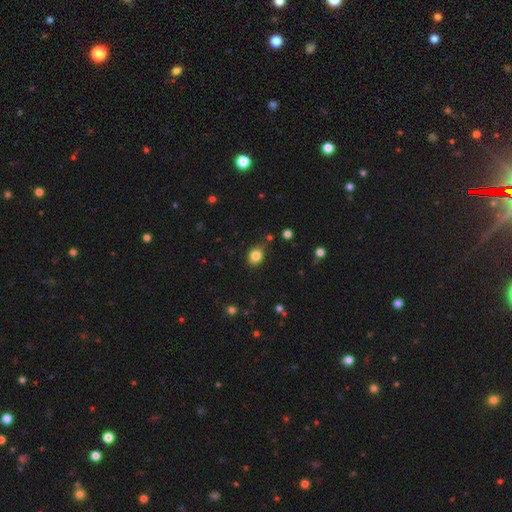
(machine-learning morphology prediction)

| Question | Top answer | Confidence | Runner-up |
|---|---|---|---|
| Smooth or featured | smooth | 82% | star or artifact (11%) |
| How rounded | round | 52% | in between (47%) |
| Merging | none | 76% | minor disturbance (18%) |